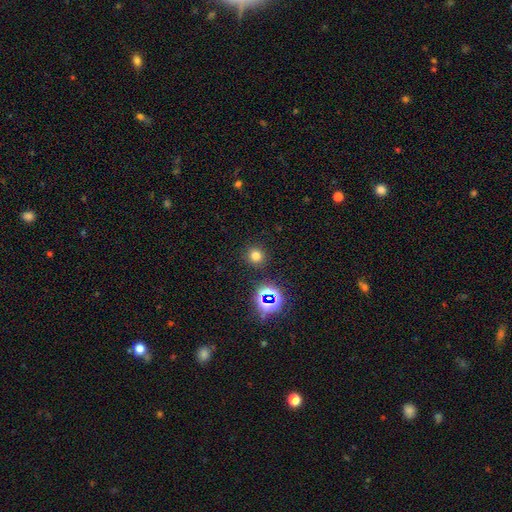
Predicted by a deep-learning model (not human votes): A smooth galaxy with no disk features (71%) that is round (91%). Merging: none (90%).